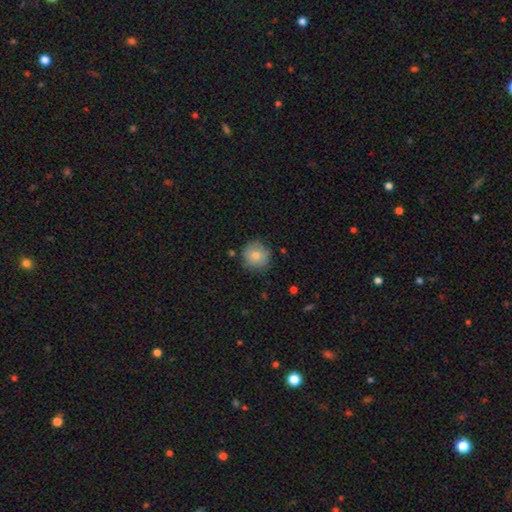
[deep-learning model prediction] The model was most divided on "merging": none: 79%, minor disturbance: 15%, major disturbance: 3%, merger: 2%. More confident: how rounded — round (91%); smooth or featured — smooth (80%).